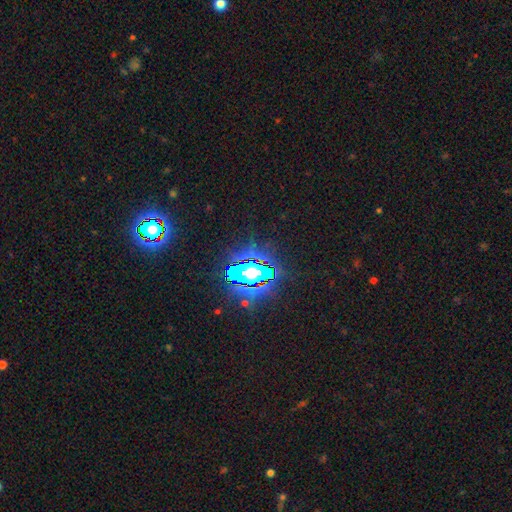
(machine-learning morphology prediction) This appears to be a star or artifact, not a galaxy (84%).